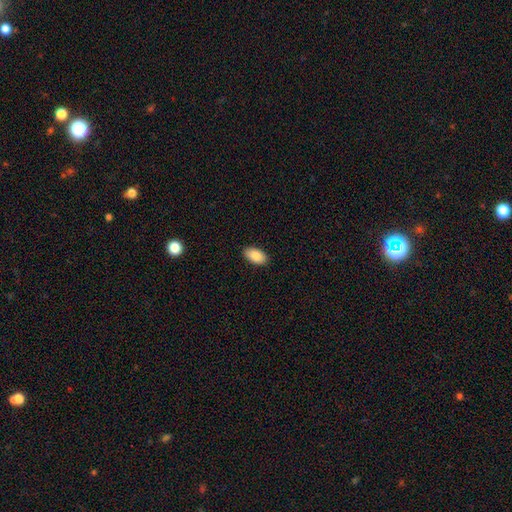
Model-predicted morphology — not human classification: A smooth galaxy with no disk features (86%) that is in between round and cigar-shaped (95%).

Vote fractions:
- Smooth or featured? smooth: 86% / featured or disk: 7% / star or artifact: 7%
- How rounded? in between: 95% / round: 3% / cigar-shaped: 2%
- Merging? none: 89% / minor disturbance: 8% / major disturbance: 2% / merger: 1%